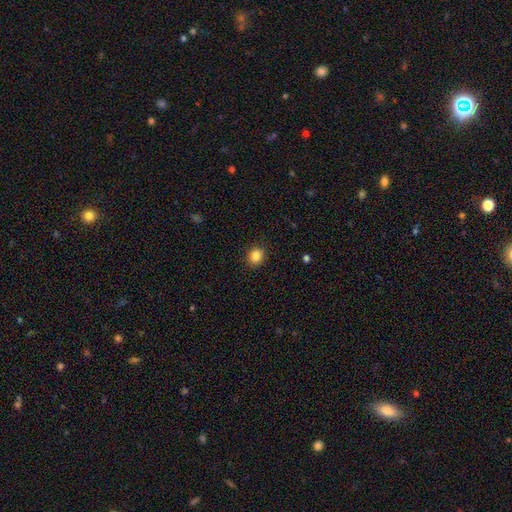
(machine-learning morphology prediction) This is clearly a smooth galaxy (86%). How rounded: likely round (65%). Merging: clearly none (90%).